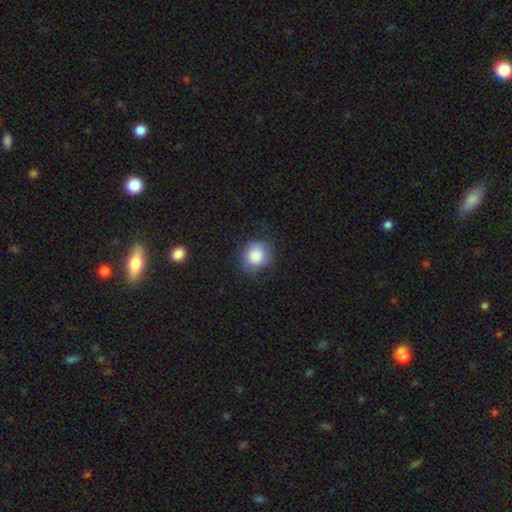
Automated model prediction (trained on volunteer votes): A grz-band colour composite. It shows a smooth galaxy with no disk features (84%) that is round (78%). Merging: none (66%).